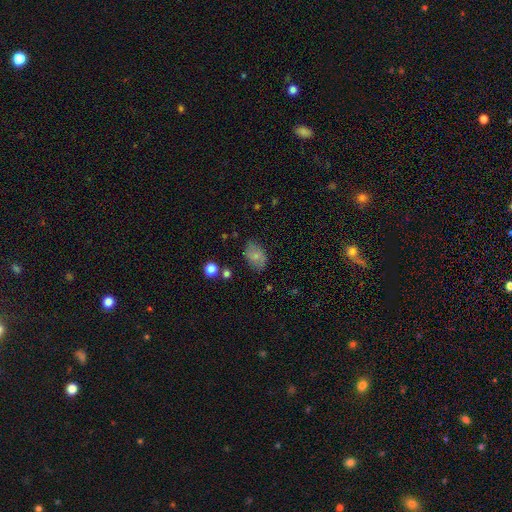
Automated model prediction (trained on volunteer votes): Smooth or featured? Predicted: smooth (p=0.71). How rounded? Predicted: in between (p=0.85). Merging? Predicted: none (p=0.72).